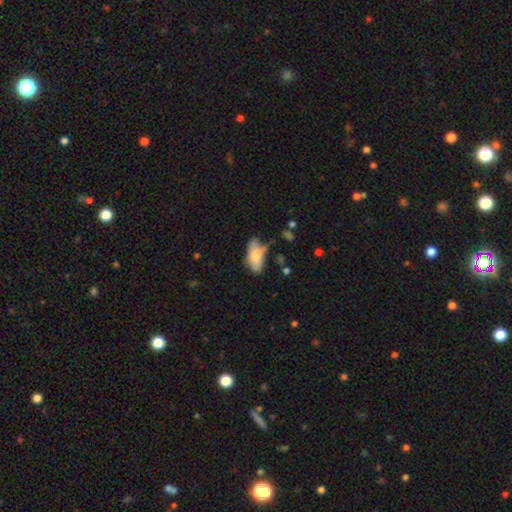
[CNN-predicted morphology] A smooth galaxy with no disk features (75%) that is in between round and cigar-shaped (88%).

Vote fractions:
- Smooth or featured? smooth: 75% / featured or disk: 17% / star or artifact: 7%
- How rounded? in between: 88% / cigar-shaped: 9% / round: 3%
- Merging? none: 45% / minor disturbance: 34% / major disturbance: 14% / merger: 7%